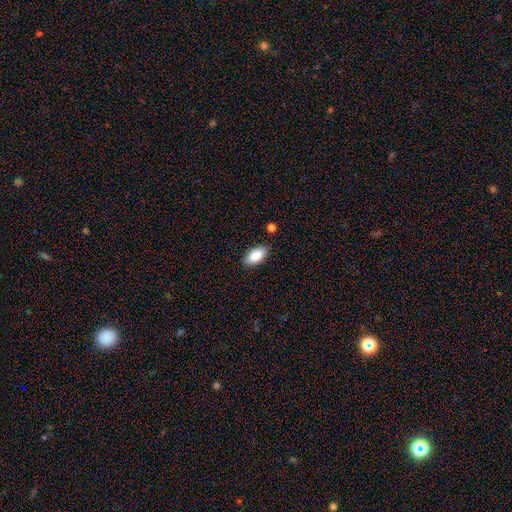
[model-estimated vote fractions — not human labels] Q: Smooth or featured?
A: smooth (88%); runner-up: star or artifact (7%)
Q: How rounded?
A: in between (94%); runner-up: cigar-shaped (4%)
Q: Merging?
A: none (85%); runner-up: minor disturbance (11%)